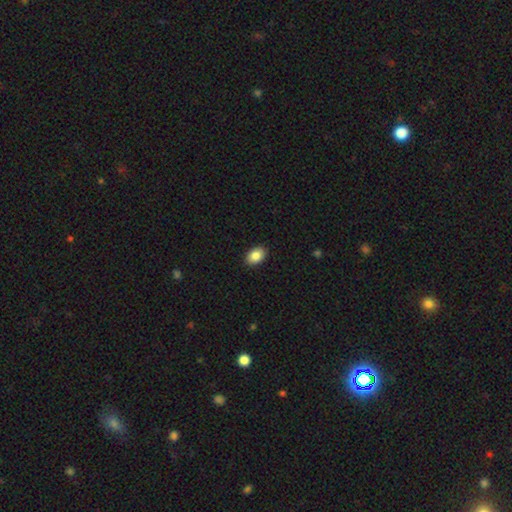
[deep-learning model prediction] Smooth or featured: smooth — 87% (star or artifact — 7%)
How rounded: in between — 84% (round — 15%)
Merging: none — 91% (minor disturbance — 7%)